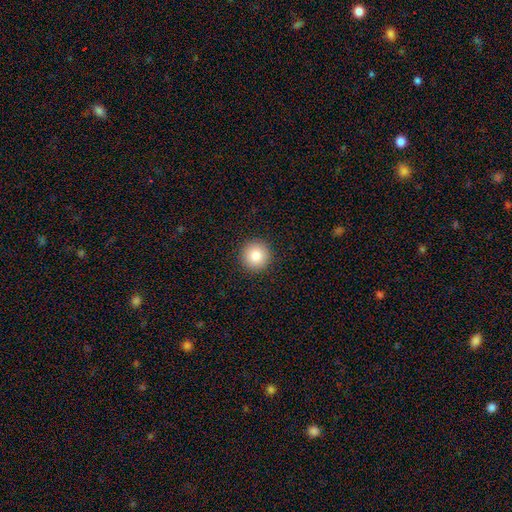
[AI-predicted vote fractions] Smooth or featured: smooth — 84% (star or artifact — 9%)
How rounded: round — 95% (in between — 4%)
Merging: none — 93% (minor disturbance — 5%)